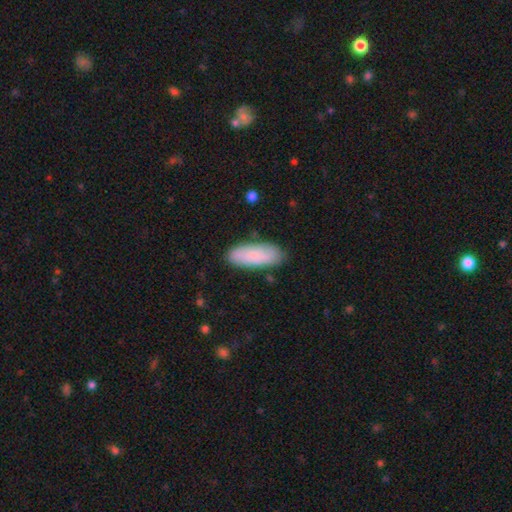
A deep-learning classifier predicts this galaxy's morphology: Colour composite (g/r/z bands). It shows a smooth galaxy with no disk features (78%) that is in between round and cigar-shaped (71%). Merging: none (81%).